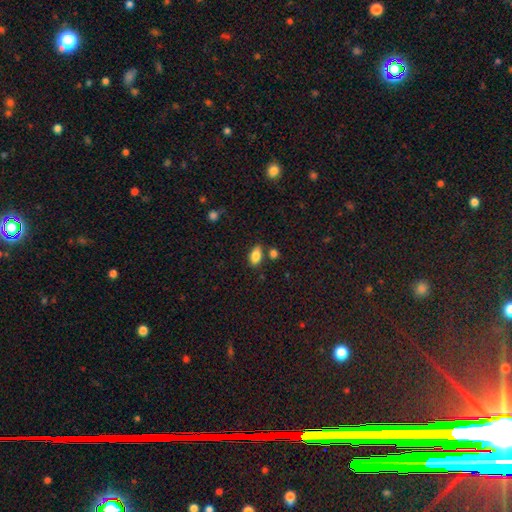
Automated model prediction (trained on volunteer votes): smooth_or_featured: smooth (p=0.84) [alt: star or artifact p=0.08]
how_rounded: in between (p=0.90) [alt: round p=0.06]
merging: none (p=0.74) [alt: minor disturbance p=0.14]